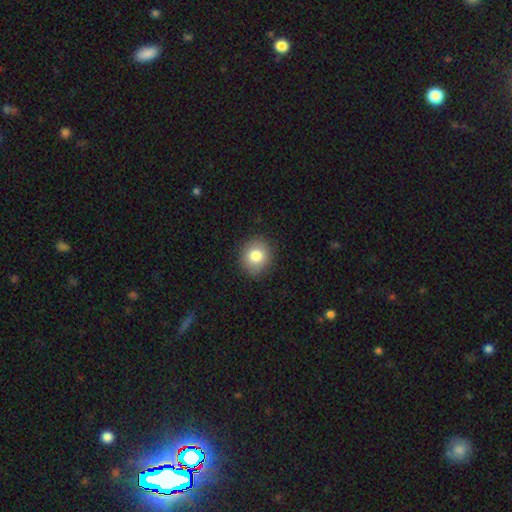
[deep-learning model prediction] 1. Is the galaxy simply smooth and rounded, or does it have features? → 82% smooth, 9% featured or disk, 9% star or artifact.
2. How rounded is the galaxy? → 77% round, 22% in between, 1% cigar-shaped.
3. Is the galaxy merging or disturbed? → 89% none, 8% minor disturbance, 2% major disturbance, 1% merger.